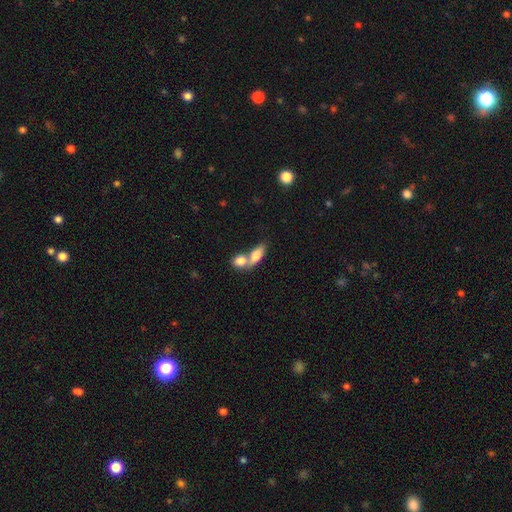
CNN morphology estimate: Smooth or featured? smooth (76%)
How rounded? in between (74%)
Merging? merger (62%)